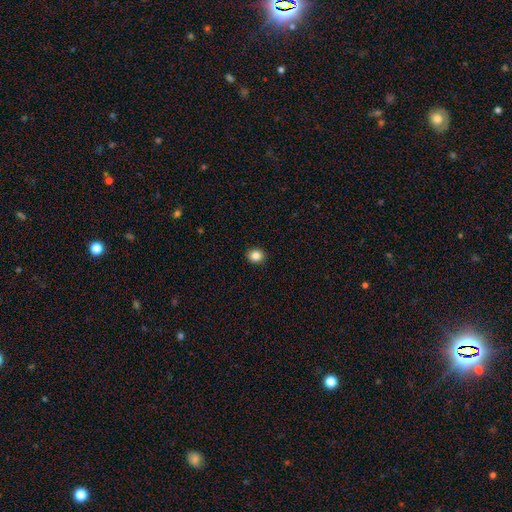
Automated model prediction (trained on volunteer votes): Overall: smooth (84%). How rounded: round (75%). Merging: none (92%).